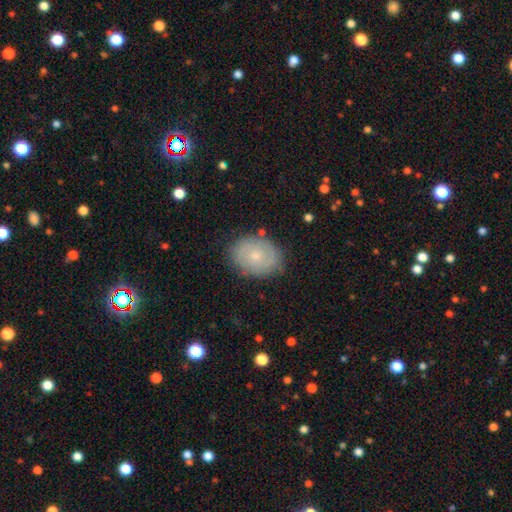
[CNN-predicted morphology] Overall: smooth (51%; featured or disk 41%). How rounded: in between (62%; round 37%). Merging: none (81%).